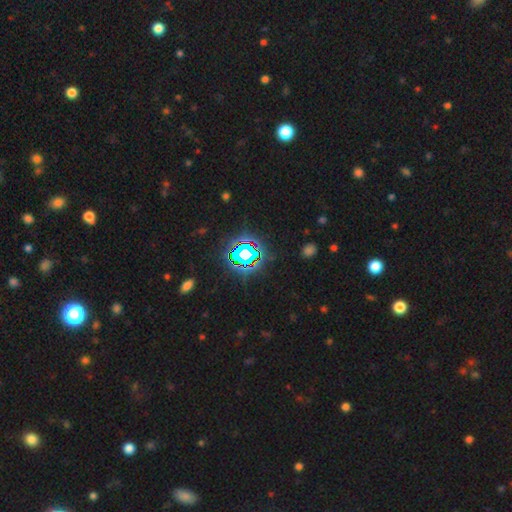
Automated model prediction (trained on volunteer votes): This is clearly a star or artifact rather than a galaxy (80%).